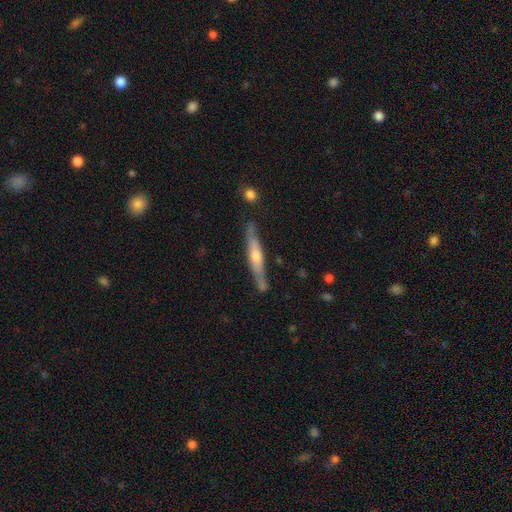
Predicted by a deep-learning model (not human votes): A featured or disk galaxy (63%) viewed edge-on (92%) with a rounded central bulge (75%). Merging: none (81%).